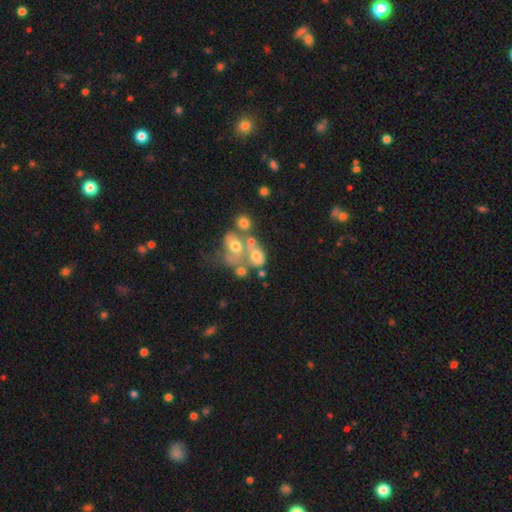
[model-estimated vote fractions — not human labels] smooth-or-featured: smooth: 47% | featured or disk: 37% | star or artifact: 17%
  merging: merger: 55% | none: 18% | major disturbance: 16% | minor disturbance: 11%